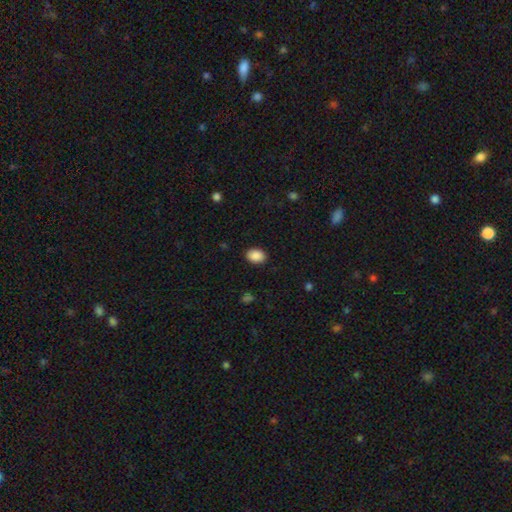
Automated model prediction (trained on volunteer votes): This appears to be a smooth galaxy with no disk features (90%) that is in between round and cigar-shaped (76%). Merging: none (89%).